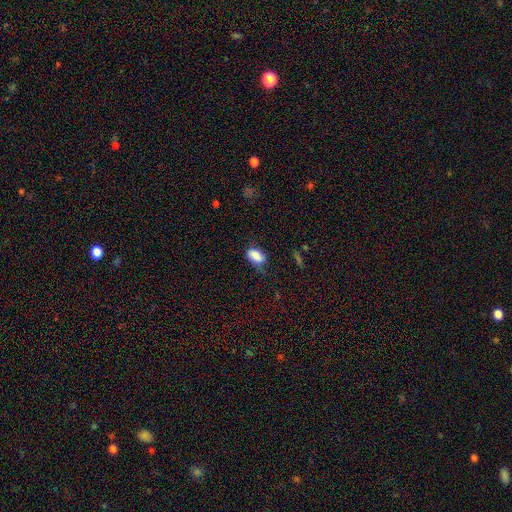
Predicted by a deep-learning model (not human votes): Q: Smooth or featured?
A: smooth (83%); runner-up: featured or disk (9%)
Q: How rounded?
A: in between (90%); runner-up: round (8%)
Q: Merging?
A: none (54%); runner-up: minor disturbance (31%)